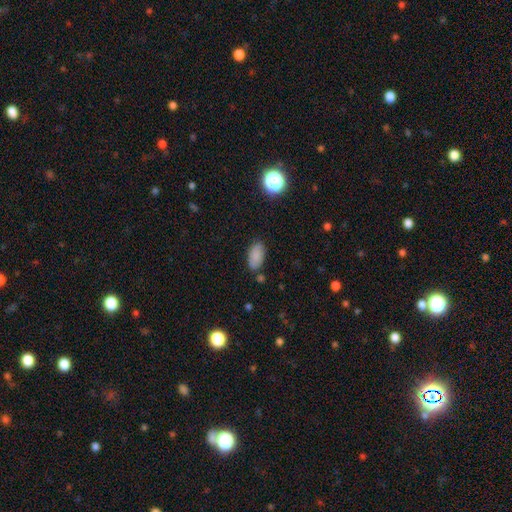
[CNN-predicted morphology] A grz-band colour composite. It shows a smooth galaxy with no disk features (85%) that is in between round and cigar-shaped (94%). Merging: none (80%).